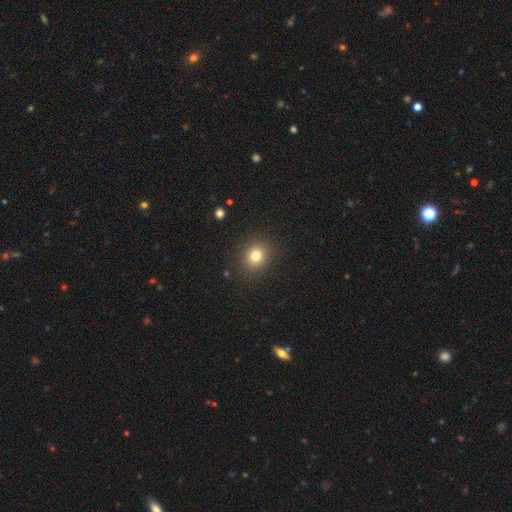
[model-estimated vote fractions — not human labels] This is likely a smooth galaxy (79%). How rounded: likely round (73%). Merging: clearly none (88%).